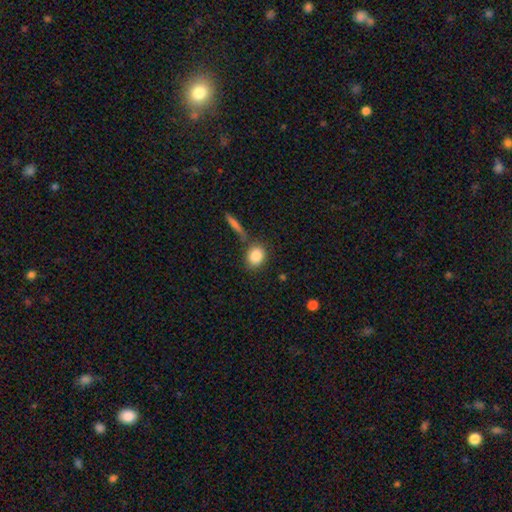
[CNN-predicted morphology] smooth-or-featured: smooth: 86% | star or artifact: 8% | featured or disk: 6%
  how-rounded: round: 56% | in between: 41% | cigar-shaped: 3%
  merging: none: 72% | merger: 12% | minor disturbance: 12% | major disturbance: 4%